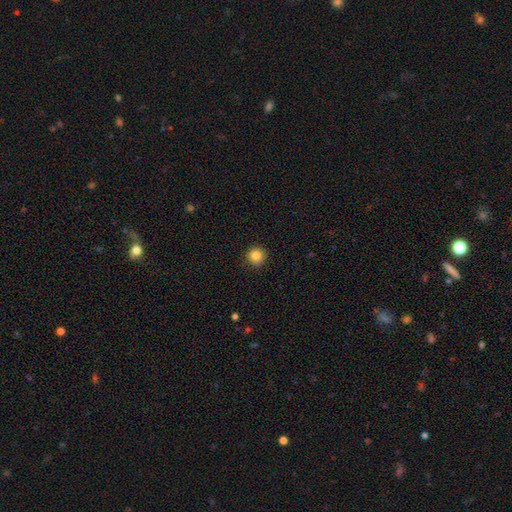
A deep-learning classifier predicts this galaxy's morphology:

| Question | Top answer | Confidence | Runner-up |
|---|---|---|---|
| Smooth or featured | smooth | 84% | star or artifact (11%) |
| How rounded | round | 95% | in between (4%) |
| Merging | none | 92% | minor disturbance (6%) |